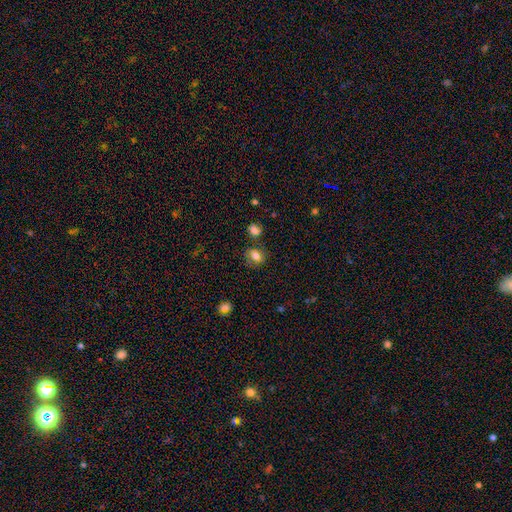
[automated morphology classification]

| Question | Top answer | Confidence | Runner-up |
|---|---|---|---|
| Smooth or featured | smooth | 75% | featured or disk (15%) |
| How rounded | in between | 51% | round (47%) |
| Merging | none | 72% | minor disturbance (15%) |